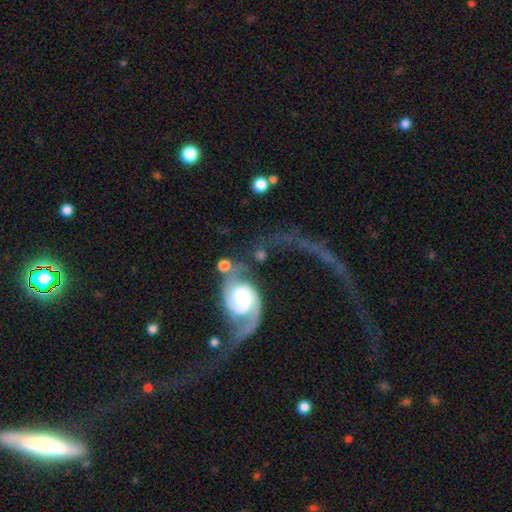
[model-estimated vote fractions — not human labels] Smooth or featured? featured or disk (84%)
Edge-on disk? no (96%)
Bar? no (66%)
Spiral arms? yes (94%)
Spiral winding? loose (85%)
Spiral arm count? 2 (87%)
Bulge size? large (36%)
Merging? none (40%)